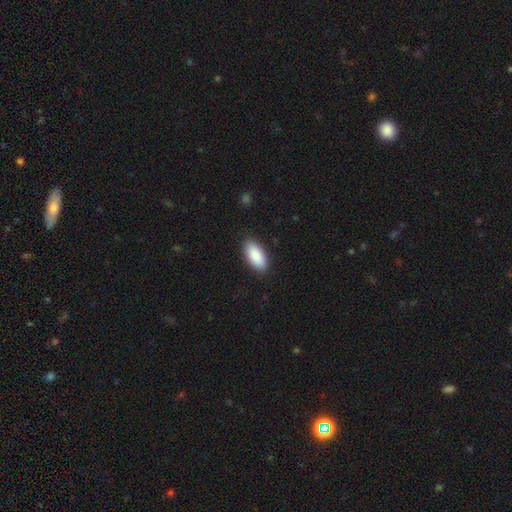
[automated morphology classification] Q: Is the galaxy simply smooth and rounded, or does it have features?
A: smooth — 89%.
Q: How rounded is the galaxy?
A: in between — 89%.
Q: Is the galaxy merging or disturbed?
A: none — 88%.